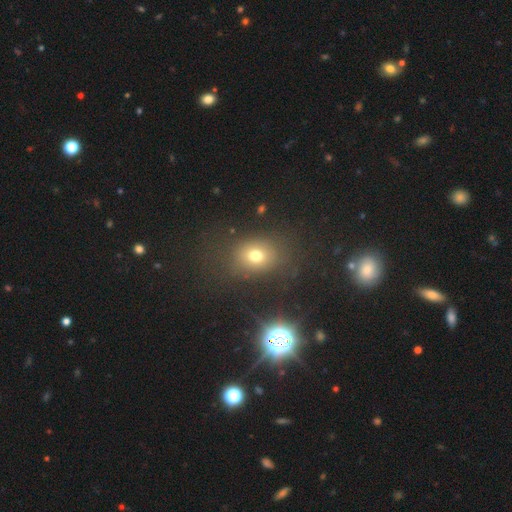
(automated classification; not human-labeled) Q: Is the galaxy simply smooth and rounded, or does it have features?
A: smooth — 70%.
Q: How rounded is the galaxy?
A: in between — 49%, tied with round.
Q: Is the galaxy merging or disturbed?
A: none — 77%.